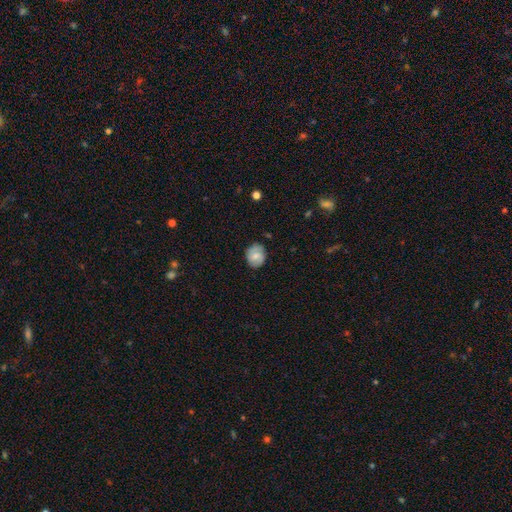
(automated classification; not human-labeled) Smooth or featured: smooth — 58% (featured or disk — 34%)
How rounded: round — 67% (in between — 32%)
Merging: none — 78% (minor disturbance — 18%)